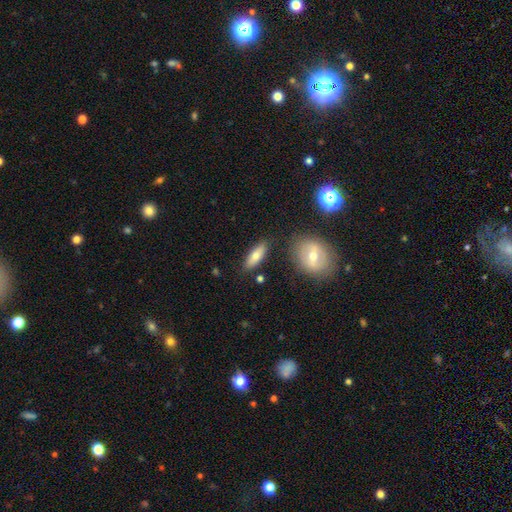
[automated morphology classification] Smooth or featured?
  - smooth: 71% *
  - featured or disk: 22%
  - star or artifact: 7%
How rounded?
  - in between: 64% *
  - cigar-shaped: 33%
  - round: 3%
Merging?
  - none: 79% *
  - minor disturbance: 12%
  - merger: 5%
  - major disturbance: 3%